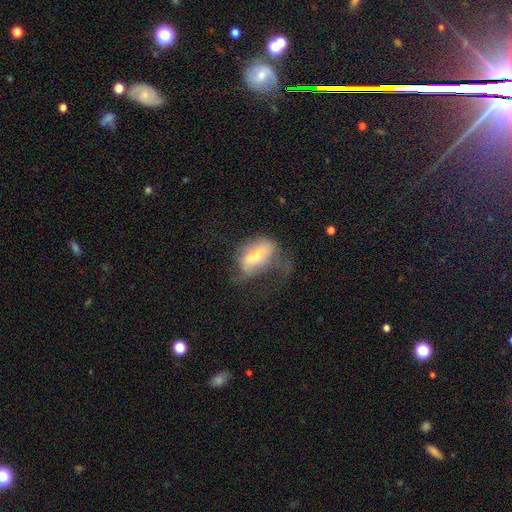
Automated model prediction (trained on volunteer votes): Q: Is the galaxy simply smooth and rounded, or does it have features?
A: smooth — 49%.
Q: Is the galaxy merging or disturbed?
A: major disturbance — 44%.